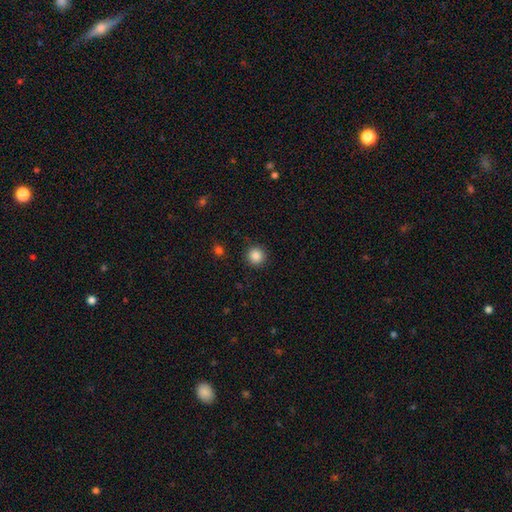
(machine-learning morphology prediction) Smooth or featured? Predicted: smooth (p=0.87). How rounded? Predicted: round (p=0.95). Merging? Predicted: none (p=0.91).